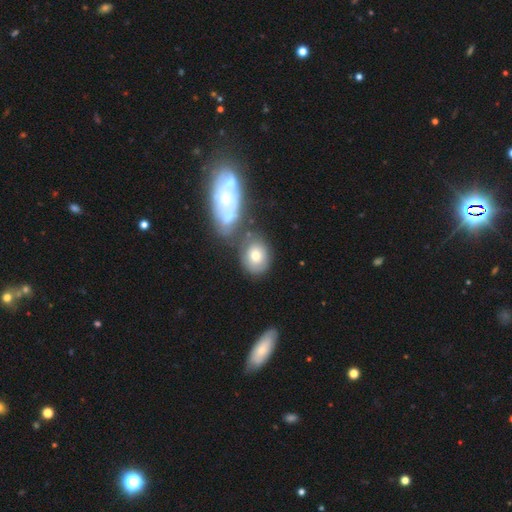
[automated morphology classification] The model was most divided on "how rounded": round: 52%, in between: 47%, cigar-shaped: 2%. Remaining: smooth or featured — smooth (68%); merging — none (50%).